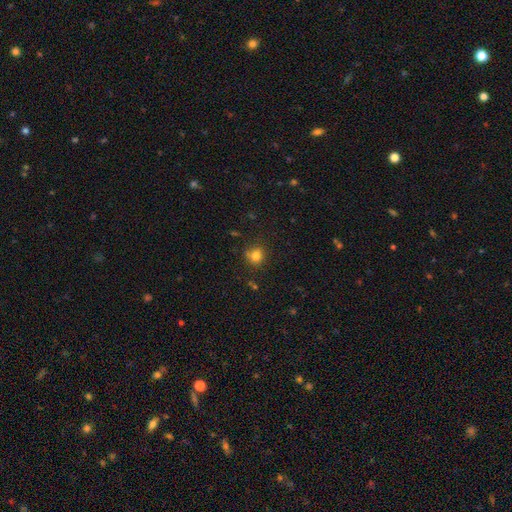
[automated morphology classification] smooth 80%, star or artifact 14%, featured or disk 7%. Down the decision tree: how rounded — round (85%); merging — none (77%).